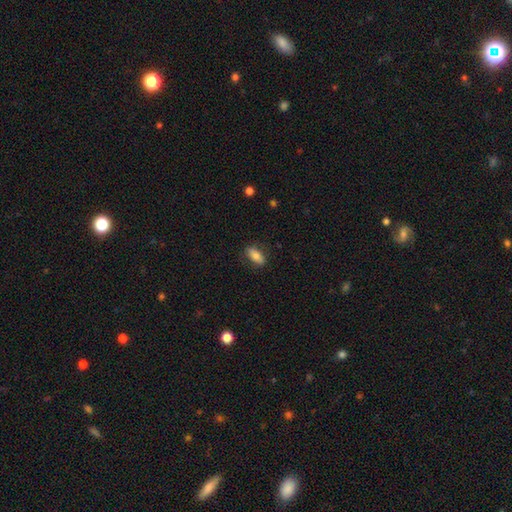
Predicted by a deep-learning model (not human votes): A smooth galaxy with no disk features (77%) that is in between round and cigar-shaped (81%).

Vote fractions:
- Smooth or featured? smooth: 77% / featured or disk: 15% / star or artifact: 7%
- How rounded? in between: 81% / cigar-shaped: 15% / round: 4%
- Merging? none: 81% / minor disturbance: 14% / major disturbance: 4% / merger: 1%